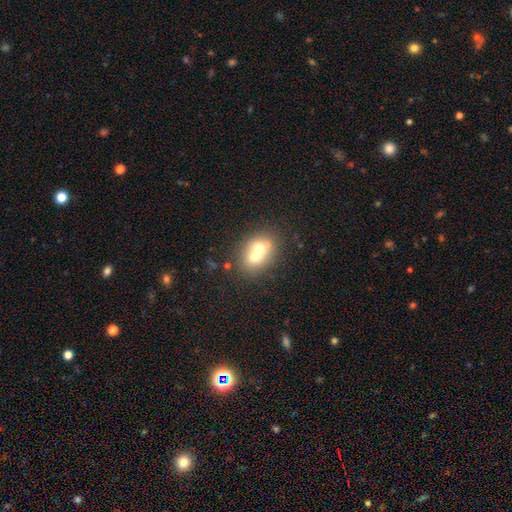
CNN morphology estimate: A smooth galaxy with no disk features (60%) that is round (58%). Merging: merger (65%).